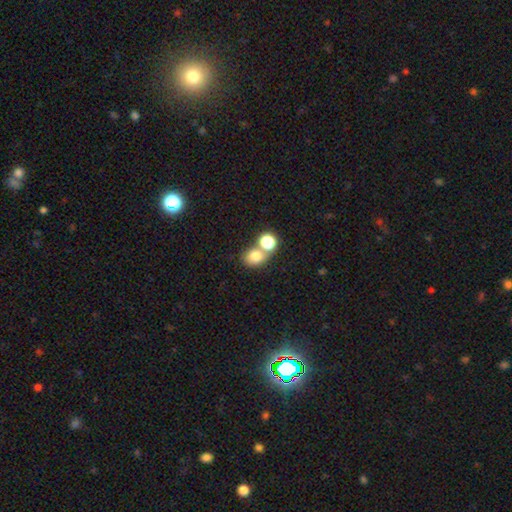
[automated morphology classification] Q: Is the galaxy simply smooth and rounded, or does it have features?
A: smooth — 76%.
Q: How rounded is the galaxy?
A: round — 58%.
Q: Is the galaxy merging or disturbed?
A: none — 45%.